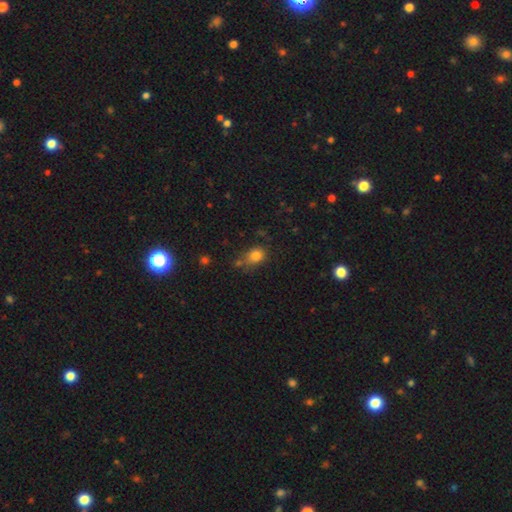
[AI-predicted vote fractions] This is clearly a smooth galaxy (80%). How rounded: possibly round (52%). Merging: possibly none (59%).